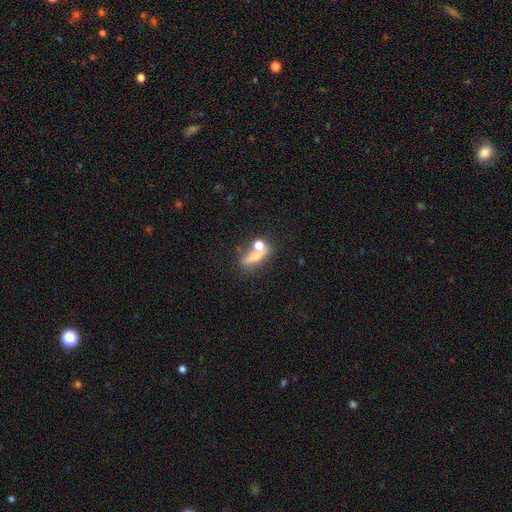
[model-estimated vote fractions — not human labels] Overall: smooth (62%; featured or disk 25%). How rounded: in between (50%; cigar-shaped 30%). Merging: none (39%; merger 37%).